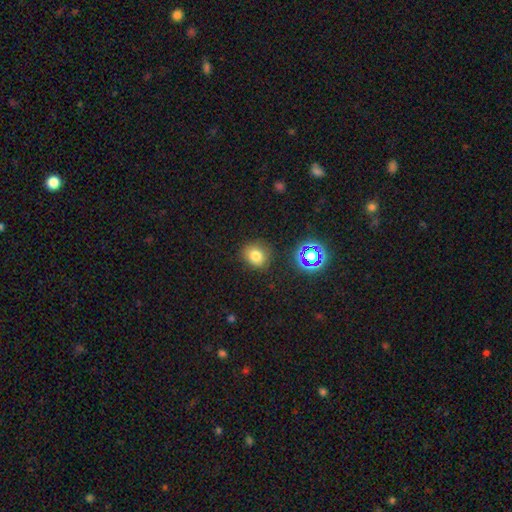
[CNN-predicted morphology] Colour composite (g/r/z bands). It shows a smooth galaxy with no disk features (75%) that is round (72%). Merging: none (83%).